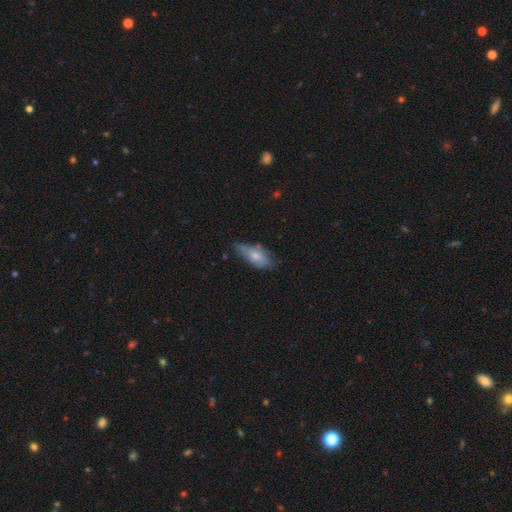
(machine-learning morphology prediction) smooth-or-featured: smooth: 58% | featured or disk: 35% | star or artifact: 7%
  how-rounded: in between: 82% | cigar-shaped: 15% | round: 3%
  merging: none: 47% | minor disturbance: 38% | major disturbance: 12% | merger: 3%